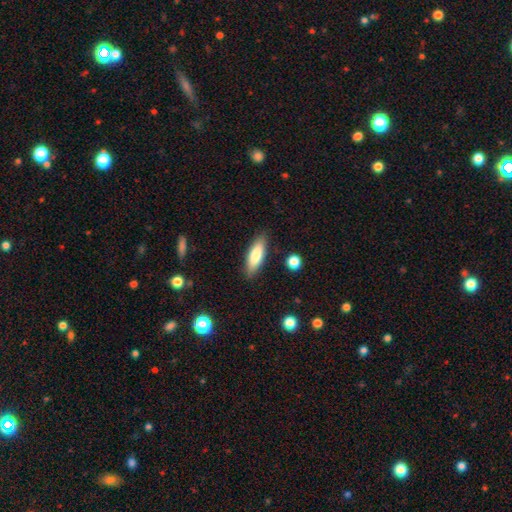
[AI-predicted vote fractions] Smooth or featured: smooth — 80% (featured or disk — 14%)
How rounded: in between — 58% (cigar-shaped — 40%)
Merging: none — 86% (minor disturbance — 10%)